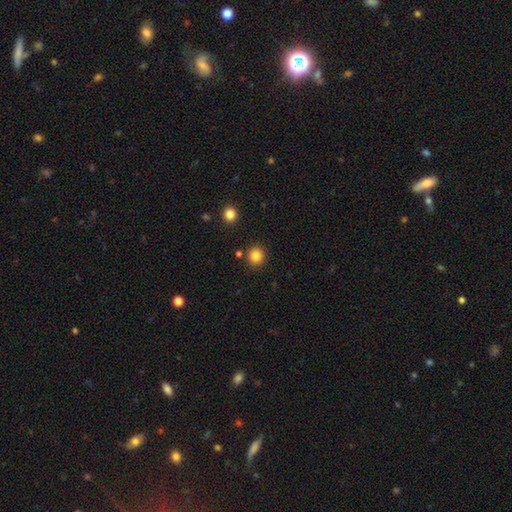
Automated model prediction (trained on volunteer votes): This appears to be a smooth galaxy with no disk features (84%) that is round (87%). Merging: none (87%).